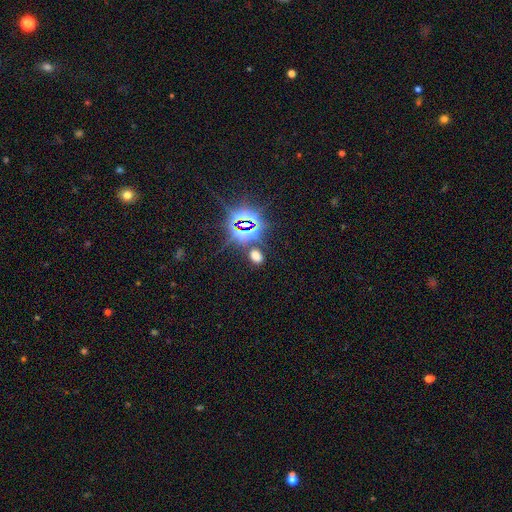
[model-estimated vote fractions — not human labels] Q: Smooth or featured?
A: smooth (47%); runner-up: star or artifact (46%)
Q: Merging?
A: none (80%); runner-up: minor disturbance (9%)